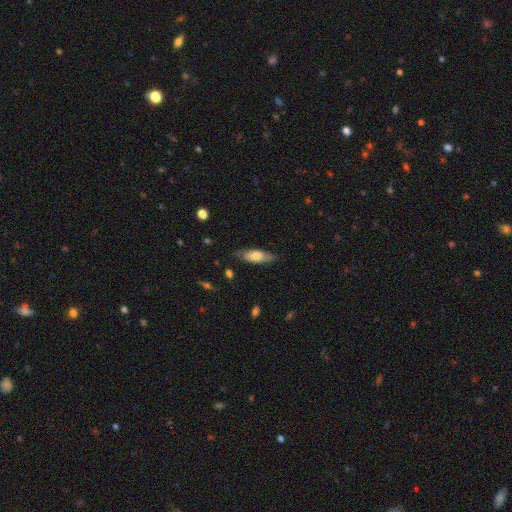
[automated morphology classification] type=smooth (60%); roundness=in between (62%); merging=none (75%).